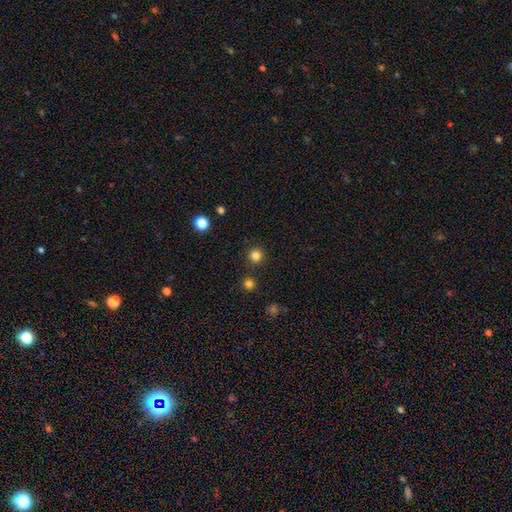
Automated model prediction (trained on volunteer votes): Smooth or featured? Predicted: smooth (p=0.81). How rounded? Predicted: round (p=0.95). Merging? Predicted: none (p=0.90).